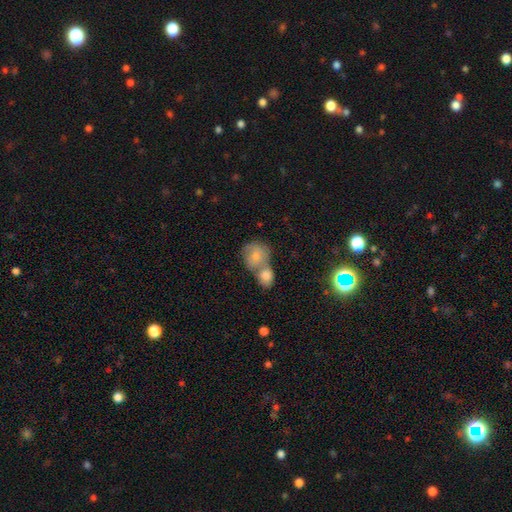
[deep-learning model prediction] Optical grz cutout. It shows a smooth galaxy with no disk features (67%) that is round (69%). Merging: merger (63%).